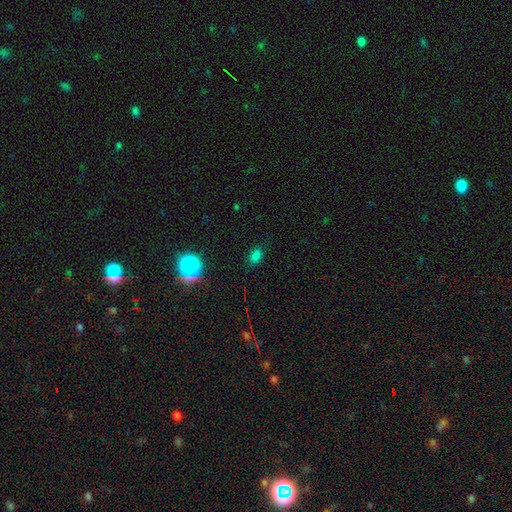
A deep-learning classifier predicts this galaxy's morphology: A smooth galaxy with no disk features (72%) that is in between round and cigar-shaped (84%).

Vote fractions:
- Smooth or featured? smooth: 72% / star or artifact: 23% / featured or disk: 5%
- How rounded? in between: 84% / round: 14% / cigar-shaped: 2%
- Merging? none: 81% / minor disturbance: 13% / major disturbance: 4% / merger: 2%